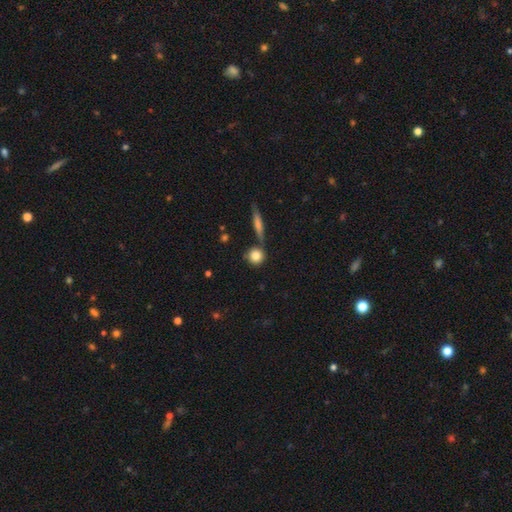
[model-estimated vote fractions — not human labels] A smooth galaxy with no disk features (81%) that is round (88%). Merging: none (74%).